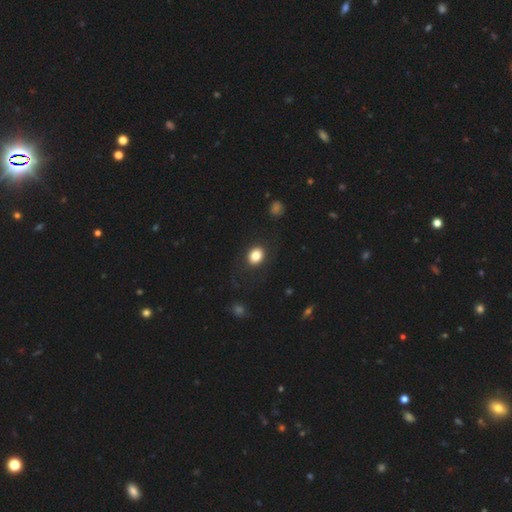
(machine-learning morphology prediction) Smooth or featured?
  - smooth: 84% *
  - star or artifact: 9%
  - featured or disk: 7%
How rounded?
  - in between: 53% *
  - round: 46%
  - cigar-shaped: 1%
Merging?
  - none: 83% *
  - minor disturbance: 10%
  - major disturbance: 5%
  - merger: 1%